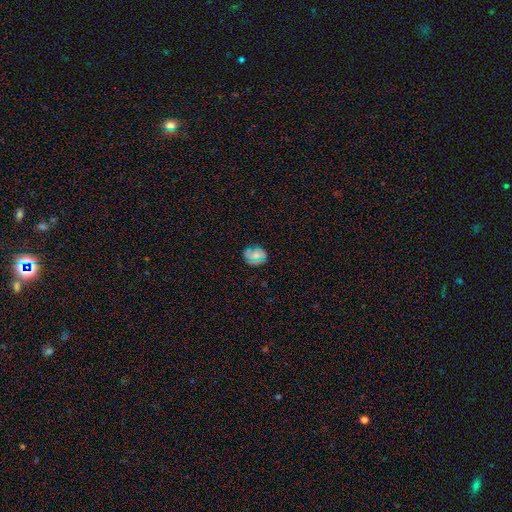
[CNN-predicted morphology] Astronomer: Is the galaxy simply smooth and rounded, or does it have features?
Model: smooth — 57%.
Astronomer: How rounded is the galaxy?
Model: in between — 55% (runner-up: round, 43%).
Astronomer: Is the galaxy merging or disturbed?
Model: none — 76%.